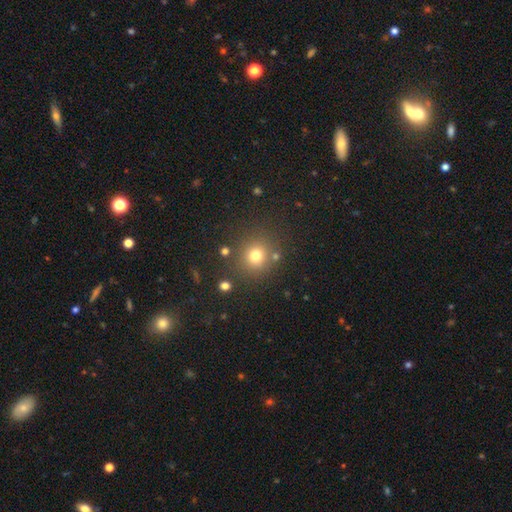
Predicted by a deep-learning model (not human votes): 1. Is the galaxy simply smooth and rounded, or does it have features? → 75% smooth, 17% star or artifact, 8% featured or disk.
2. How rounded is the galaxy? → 89% round, 10% in between, 1% cigar-shaped.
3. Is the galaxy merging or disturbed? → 81% none, 9% minor disturbance, 6% merger, 4% major disturbance.